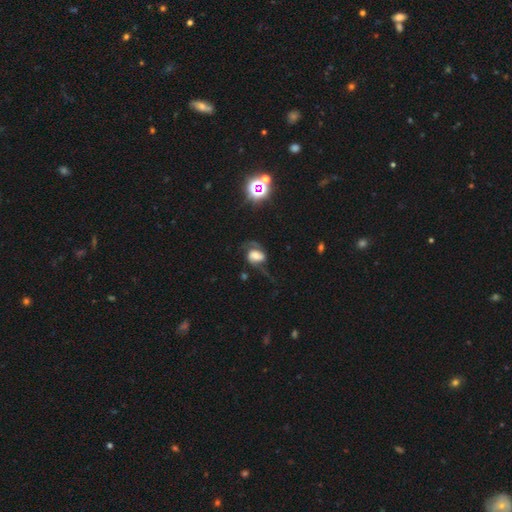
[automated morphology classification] smooth-or-featured: featured or disk: 67% | smooth: 22% | star or artifact: 11%
  disk-edge-on: no: 97% | yes: 3%
    bar: no: 44% | weak: 37% | strong: 19%
    has-spiral-arms: yes: 89% | no: 11%
      spiral-winding: loose: 55% | medium: 34% | tight: 11%
      spiral-arm-count: 2: 86% | 1: 6% | can't tell: 5% | 3: 1% | 4: 1% | more than 4: 1%
    bulge-size: moderate: 41% | large: 24% | small: 22% | dominant: 8% | none: 6%
  merging: none: 50% | major disturbance: 27% | minor disturbance: 19% | merger: 3%